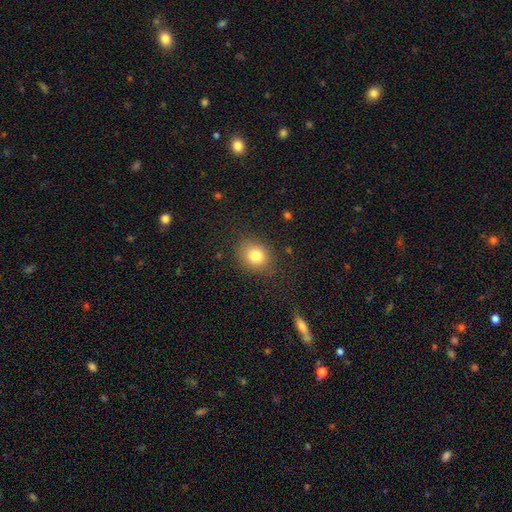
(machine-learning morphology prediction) smooth_or_featured: smooth (p=0.81) [alt: star or artifact p=0.11]
how_rounded: round (p=0.68) [alt: in between p=0.31]
merging: none (p=0.84) [alt: minor disturbance p=0.11]